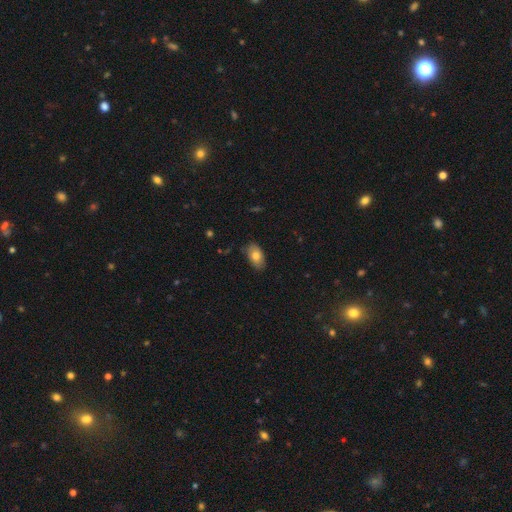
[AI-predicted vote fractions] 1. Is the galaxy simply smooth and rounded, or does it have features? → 77% smooth, 16% featured or disk, 7% star or artifact.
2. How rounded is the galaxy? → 92% in between, 6% round, 2% cigar-shaped.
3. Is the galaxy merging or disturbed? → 80% none, 16% minor disturbance, 3% major disturbance, 1% merger.